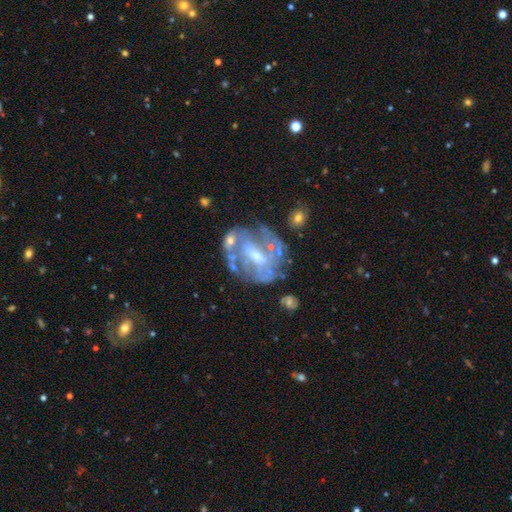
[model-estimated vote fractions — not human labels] smooth-or-featured: featured or disk: 75% | smooth: 16% | star or artifact: 9%
  disk-edge-on: no: 96% | yes: 4%
    bar: weak: 40% | no: 32% | strong: 27%
    has-spiral-arms: no: 51% | yes: 49%
    bulge-size: moderate: 46% | small: 35% | none: 13% | large: 5% | dominant: 1%
  merging: none: 51% | minor disturbance: 20% | major disturbance: 18% | merger: 11%